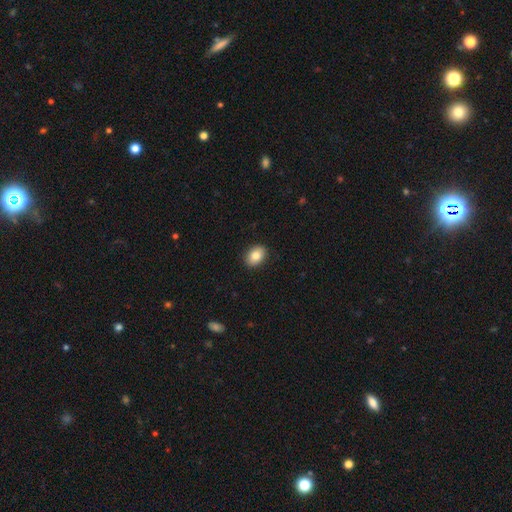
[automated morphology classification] Smooth or featured? smooth (83%)
How rounded? in between (78%)
Merging? none (90%)